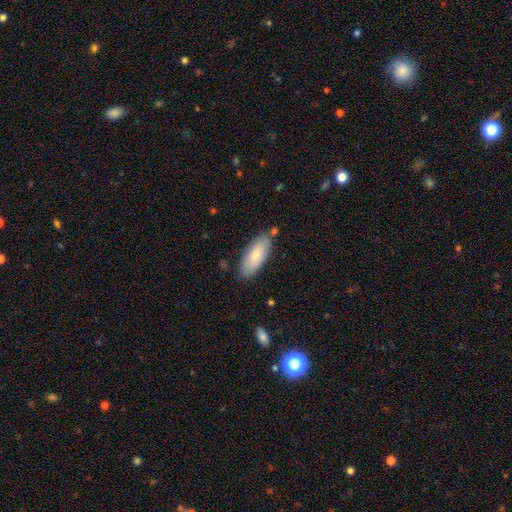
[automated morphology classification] Smooth or featured: smooth — 80% (featured or disk — 14%)
How rounded: in between — 79% (cigar-shaped — 20%)
Merging: none — 78% (minor disturbance — 15%)